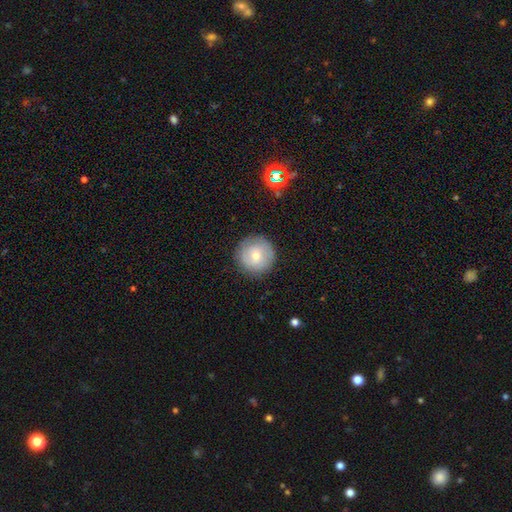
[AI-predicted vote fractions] Morphology: type=smooth (65%); roundness=round (96%); merging=none (88%).